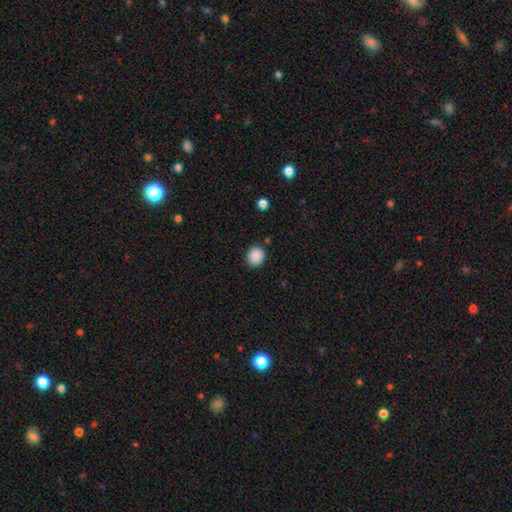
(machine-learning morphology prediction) smooth-or-featured: smooth: 88% | star or artifact: 9% | featured or disk: 3%
  how-rounded: round: 78% | in between: 21% | cigar-shaped: 1%
  merging: none: 85% | minor disturbance: 10% | major disturbance: 3% | merger: 2%